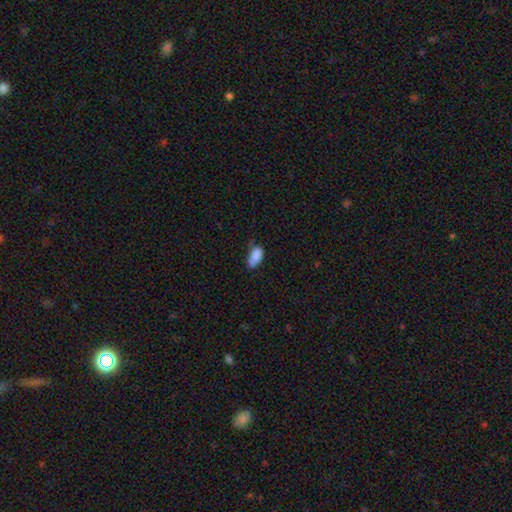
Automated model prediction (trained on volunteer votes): Q: Smooth or featured?
A: smooth (84%); runner-up: star or artifact (8%)
Q: How rounded?
A: in between (90%); runner-up: cigar-shaped (7%)
Q: Merging?
A: none (42%); runner-up: minor disturbance (41%)